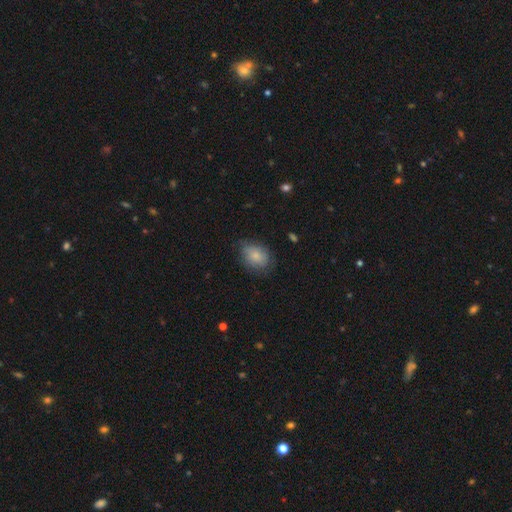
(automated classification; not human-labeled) A smooth galaxy with no disk features (81%) that is in between round and cigar-shaped (70%).

Vote fractions:
- Smooth or featured? smooth: 81% / featured or disk: 12% / star or artifact: 7%
- How rounded? in between: 70% / round: 29% / cigar-shaped: 1%
- Merging? none: 67% / minor disturbance: 25% / major disturbance: 7% / merger: 1%